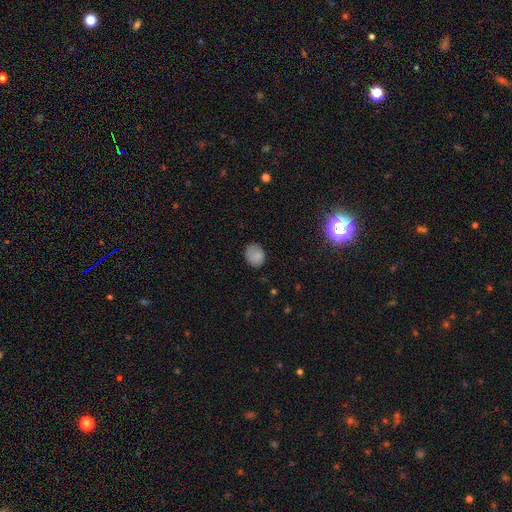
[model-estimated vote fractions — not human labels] smooth-or-featured: smooth: 81% | star or artifact: 11% | featured or disk: 7%
  how-rounded: round: 58% | in between: 41% | cigar-shaped: 1%
  merging: none: 70% | minor disturbance: 23% | major disturbance: 6% | merger: 1%